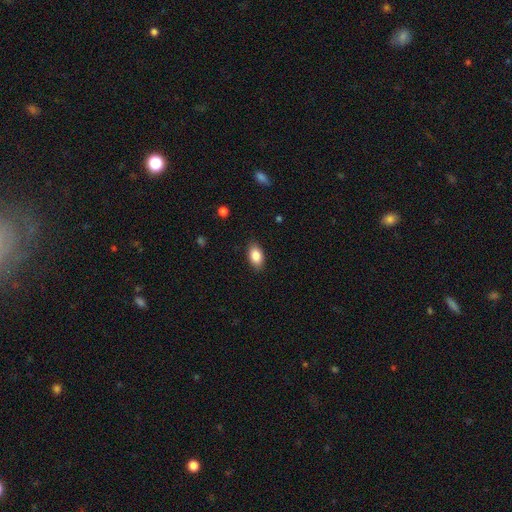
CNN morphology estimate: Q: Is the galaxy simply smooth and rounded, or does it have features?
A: smooth — 86%.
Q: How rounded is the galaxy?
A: in between — 92%.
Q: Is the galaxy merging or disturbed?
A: none — 87%.